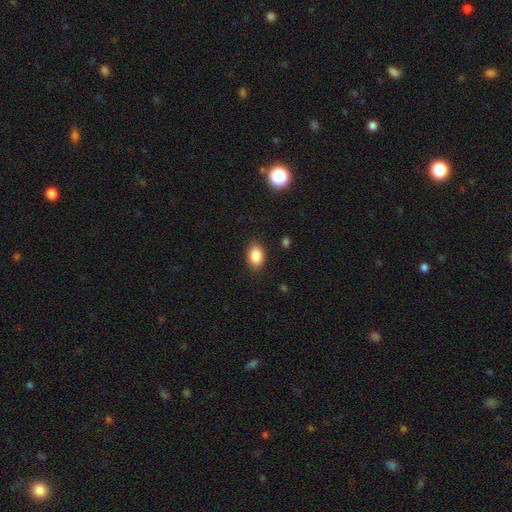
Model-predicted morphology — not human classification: A smooth galaxy with no disk features (86%) that is in between round and cigar-shaped (83%). Merging: none (86%).